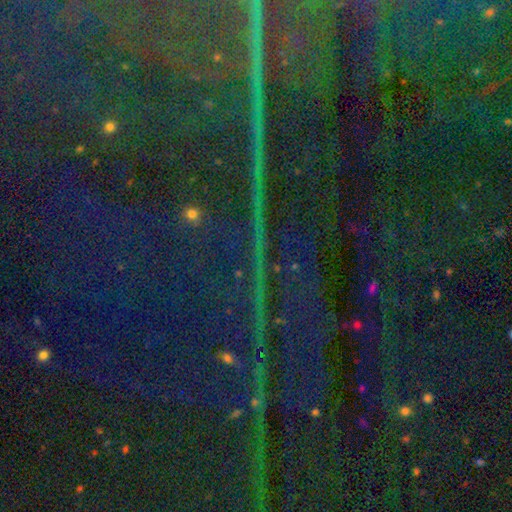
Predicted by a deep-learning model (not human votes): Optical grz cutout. It shows a star or artifact, not a galaxy (86%).